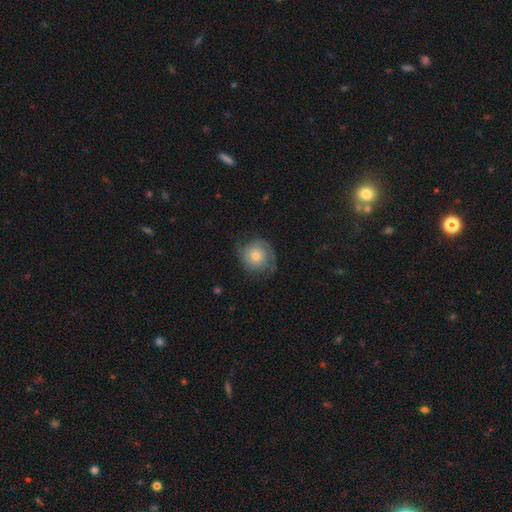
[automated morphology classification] smooth_or_featured: featured or disk (p=0.69) [alt: smooth p=0.23]
disk_edge_on: no (p=0.98) [alt: yes p=0.02]
bar: no (p=0.81) [alt: weak p=0.16]
has_spiral_arms: yes (p=0.93) [alt: no p=0.07]
spiral_winding: tight (p=0.54) [alt: medium p=0.33]
spiral_arm_count: 2 (p=0.77) [alt: can't tell p=0.10]
bulge_size: moderate (p=0.62) [alt: small p=0.30]
merging: none (p=0.73) [alt: minor disturbance p=0.18]